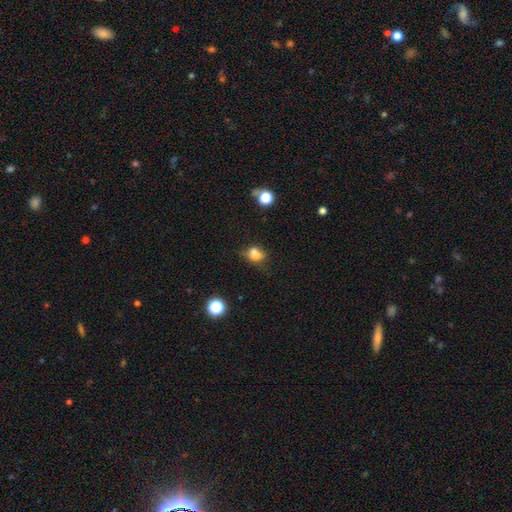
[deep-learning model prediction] The model was most divided on "how rounded": in between: 50%, round: 48%, cigar-shaped: 2%. Remaining: smooth or featured — smooth (72%); merging — none (40%).